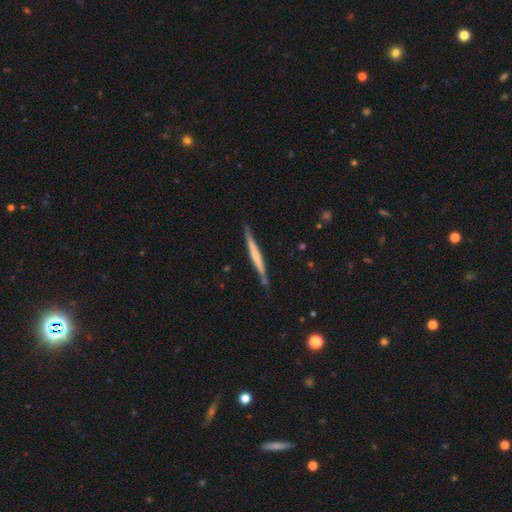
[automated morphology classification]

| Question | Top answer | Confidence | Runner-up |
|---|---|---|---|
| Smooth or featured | featured or disk | 54% | smooth (41%) |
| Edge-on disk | yes | 97% | no (3%) |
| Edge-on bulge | none | 63% | rounded (26%) |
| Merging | none | 83% | minor disturbance (13%) |